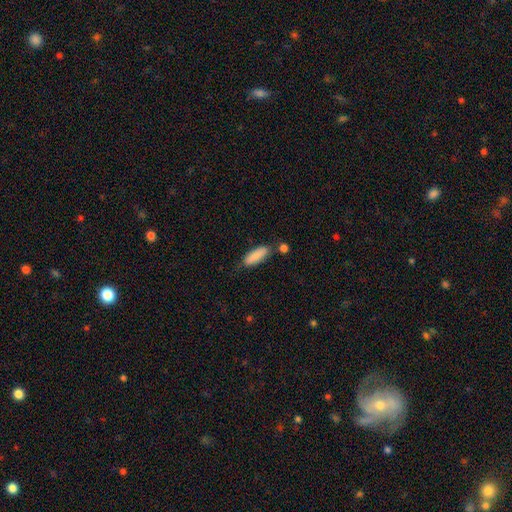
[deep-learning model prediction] Smooth or featured? smooth (87%)
How rounded? in between (61%)
Merging? none (73%)